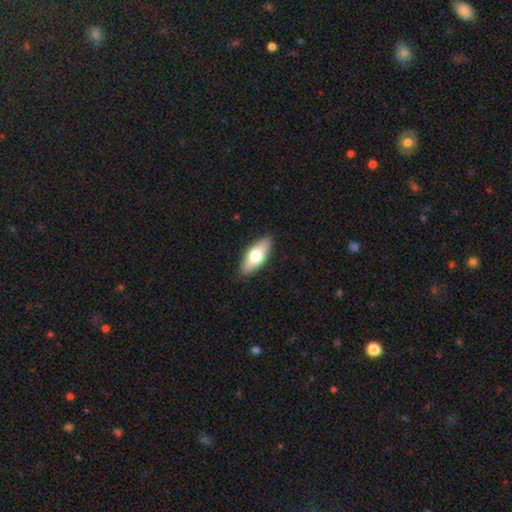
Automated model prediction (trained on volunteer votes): Smooth or featured? Predicted: smooth (p=0.66). How rounded? Predicted: in between (p=0.77). Merging? Predicted: none (p=0.87).